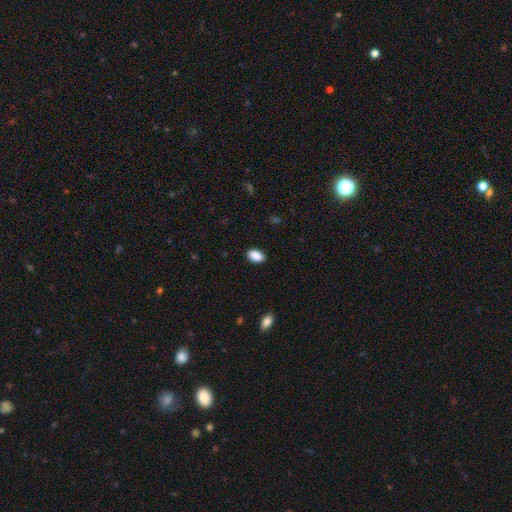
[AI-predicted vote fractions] smooth-or-featured: smooth: 90% | star or artifact: 7% | featured or disk: 3%
  how-rounded: in between: 91% | round: 8% | cigar-shaped: 1%
  merging: none: 89% | minor disturbance: 8% | major disturbance: 2% | merger: 1%